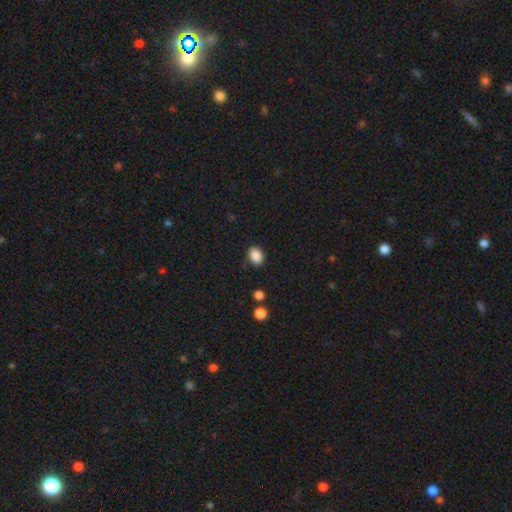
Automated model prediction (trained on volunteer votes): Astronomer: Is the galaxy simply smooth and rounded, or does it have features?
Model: smooth — 87%.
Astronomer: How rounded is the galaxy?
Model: in between — 70%.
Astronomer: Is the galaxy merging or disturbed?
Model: none — 80%.